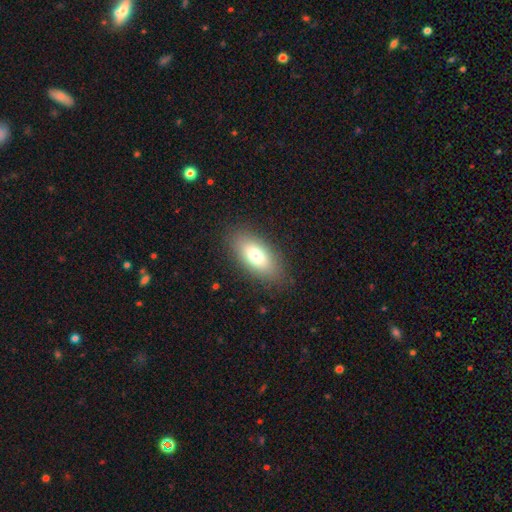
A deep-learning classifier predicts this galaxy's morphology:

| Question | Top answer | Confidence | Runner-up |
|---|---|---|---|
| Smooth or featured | smooth | 74% | featured or disk (17%) |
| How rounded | in between | 88% | cigar-shaped (7%) |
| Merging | none | 85% | minor disturbance (10%) |